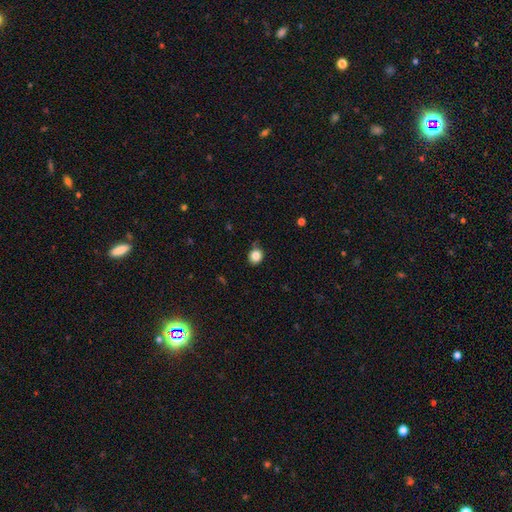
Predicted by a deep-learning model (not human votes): Q: Smooth or featured?
A: smooth (84%); runner-up: star or artifact (11%)
Q: How rounded?
A: round (74%); runner-up: in between (25%)
Q: Merging?
A: none (77%); runner-up: minor disturbance (18%)